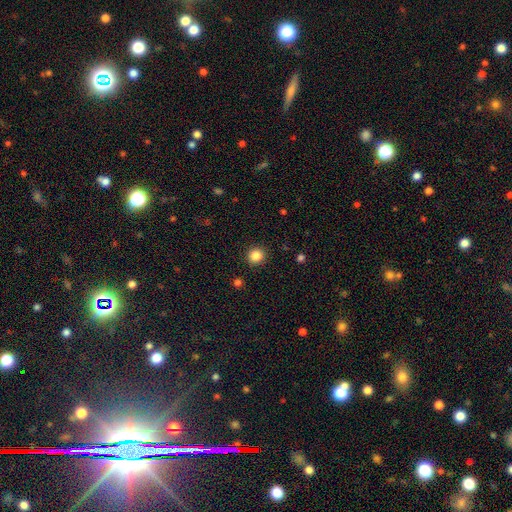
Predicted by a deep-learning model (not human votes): Overall: smooth (85%). How rounded: round (92%). Merging: none (91%).